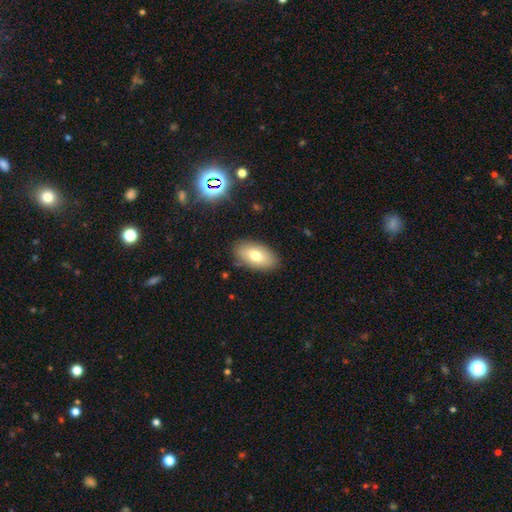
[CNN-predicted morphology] This appears to be a smooth galaxy with no disk features (73%) that is in between round and cigar-shaped (93%). Merging: none (86%).